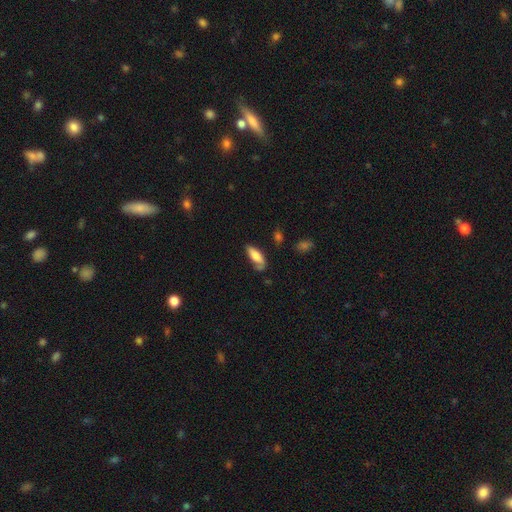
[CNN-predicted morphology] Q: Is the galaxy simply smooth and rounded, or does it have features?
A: smooth — 71%.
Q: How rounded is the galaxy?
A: in between — 72%.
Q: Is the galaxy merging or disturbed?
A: none — 52%.